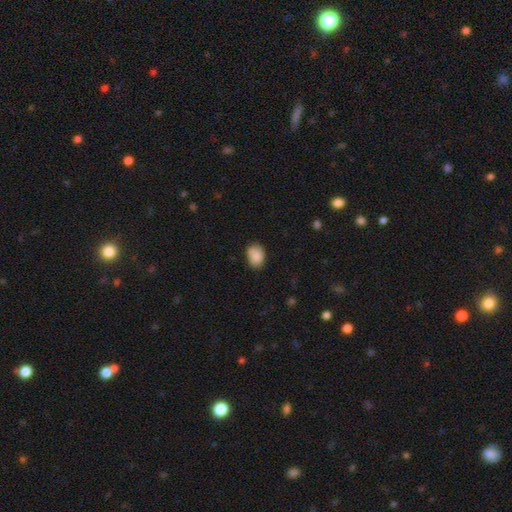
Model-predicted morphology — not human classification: A smooth galaxy with no disk features (85%) that is in between round and cigar-shaped (69%). Merging: none (65%).